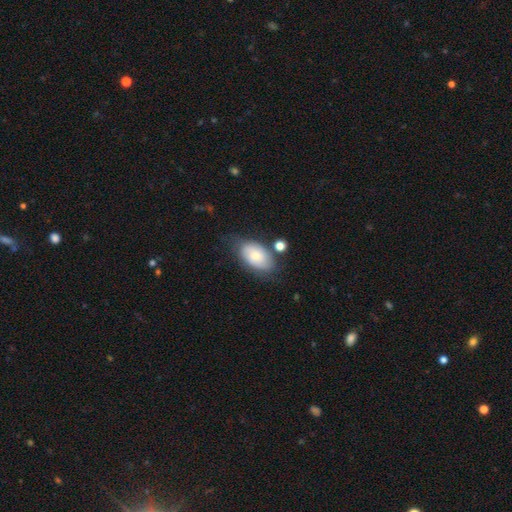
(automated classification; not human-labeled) Morphology: type=smooth (66%); roundness=in between (91%); merging=none (60%).